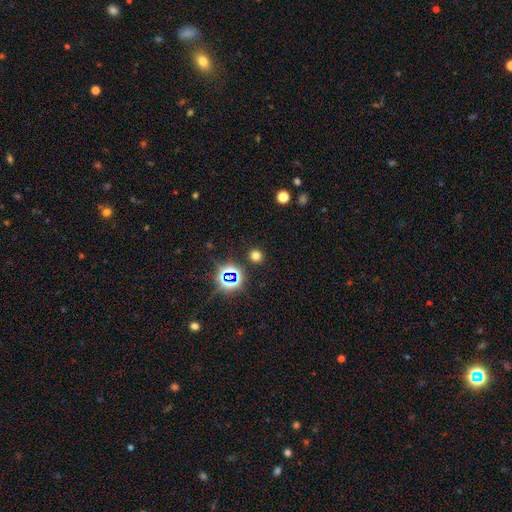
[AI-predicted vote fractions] The model was most divided on "smooth or featured": smooth: 65%, star or artifact: 29%, featured or disk: 6%. More confident: merging — none (89%); how rounded — round (87%).